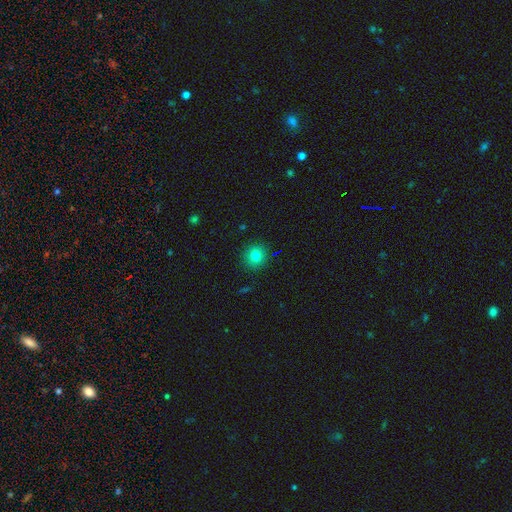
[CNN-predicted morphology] The model was most divided on "smooth or featured": smooth: 78%, star or artifact: 13%, featured or disk: 8%. More confident: how rounded — round (91%); merging — none (91%).